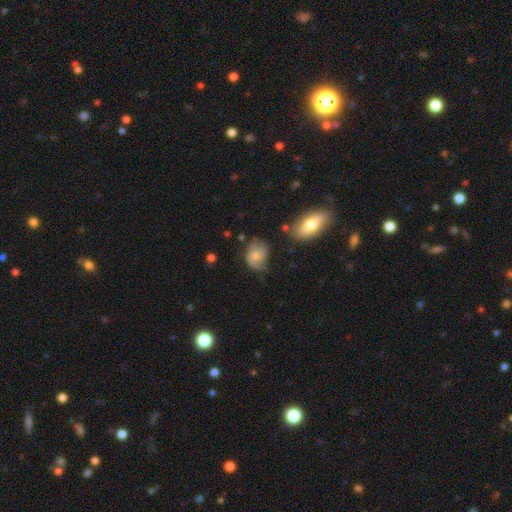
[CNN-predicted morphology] This is possibly a smooth galaxy (52%). How rounded: possibly in between (57%). Merging: possibly none (51%).